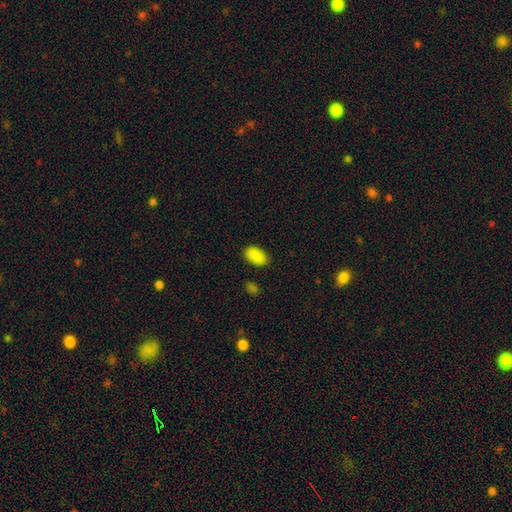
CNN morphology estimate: The model was most divided on "merging": none: 86%, minor disturbance: 10%, major disturbance: 2%, merger: 2%. More confident: how rounded — in between (94%); smooth or featured — smooth (88%).